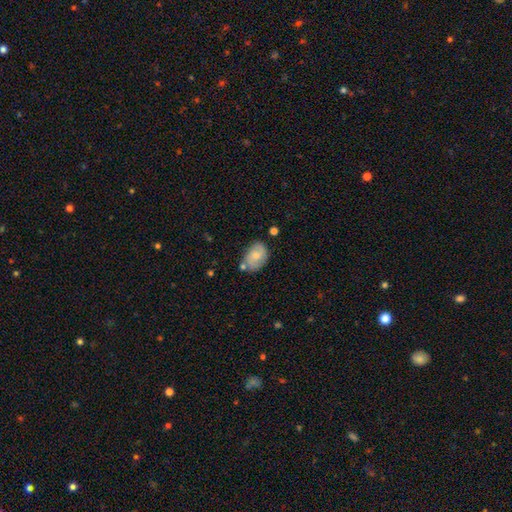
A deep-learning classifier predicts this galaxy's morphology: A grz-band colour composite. It shows a smooth galaxy with no disk features (59%) that is in between round and cigar-shaped (82%). Merging: none (64%).